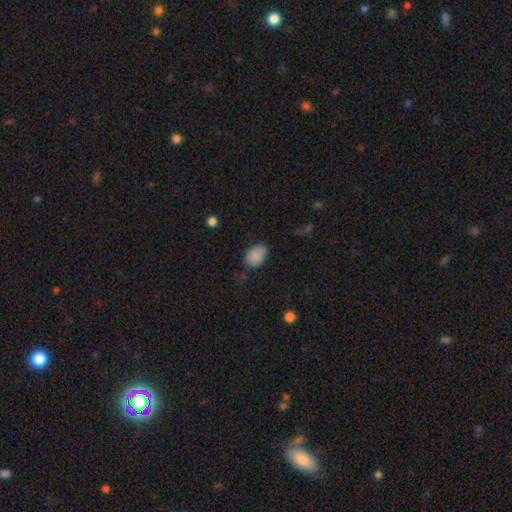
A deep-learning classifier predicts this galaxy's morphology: A smooth galaxy with no disk features (87%) that is in between round and cigar-shaped (82%).

Vote fractions:
- Smooth or featured? smooth: 87% / star or artifact: 8% / featured or disk: 4%
- How rounded? in between: 82% / round: 17% / cigar-shaped: 1%
- Merging? none: 77% / minor disturbance: 17% / major disturbance: 4% / merger: 2%